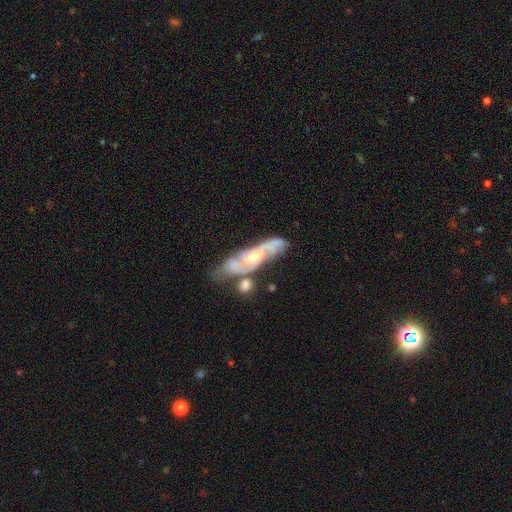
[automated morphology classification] Smooth or featured? featured or disk (73%)
Edge-on disk? no (68%)
Merging? none (47%)